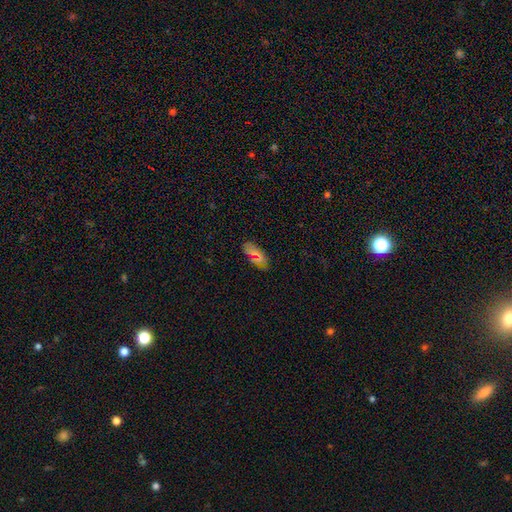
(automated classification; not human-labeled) Smooth or featured: smooth — 62% (featured or disk — 20%)
How rounded: in between — 89% (cigar-shaped — 8%)
Merging: none — 78% (minor disturbance — 16%)